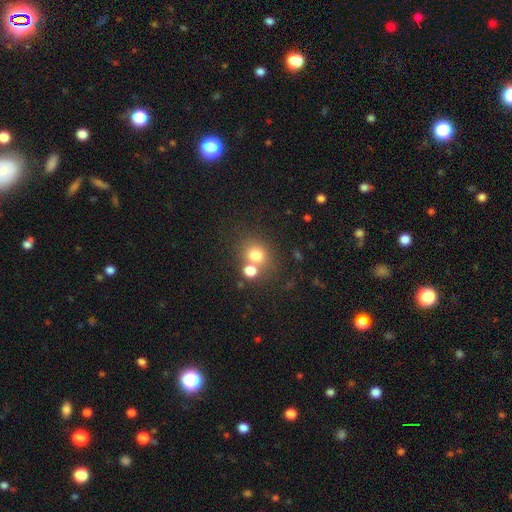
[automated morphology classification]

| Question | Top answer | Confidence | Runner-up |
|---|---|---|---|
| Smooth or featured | smooth | 74% | star or artifact (15%) |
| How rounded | round | 76% | in between (23%) |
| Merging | none | 54% | merger (33%) |